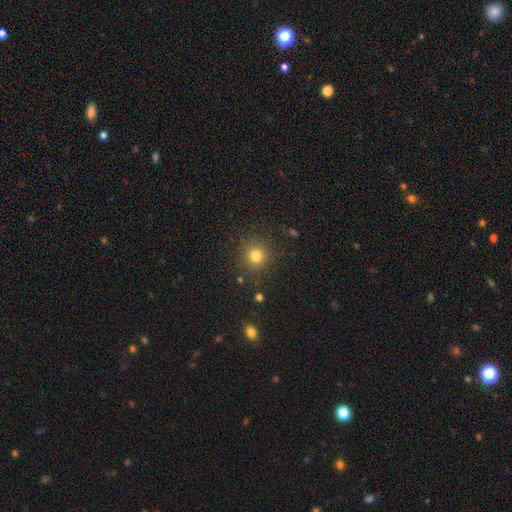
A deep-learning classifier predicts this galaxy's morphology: smooth-or-featured: smooth: 79% | star or artifact: 15% | featured or disk: 6%
  how-rounded: round: 92% | in between: 7% | cigar-shaped: 1%
  merging: none: 87% | minor disturbance: 8% | major disturbance: 3% | merger: 2%